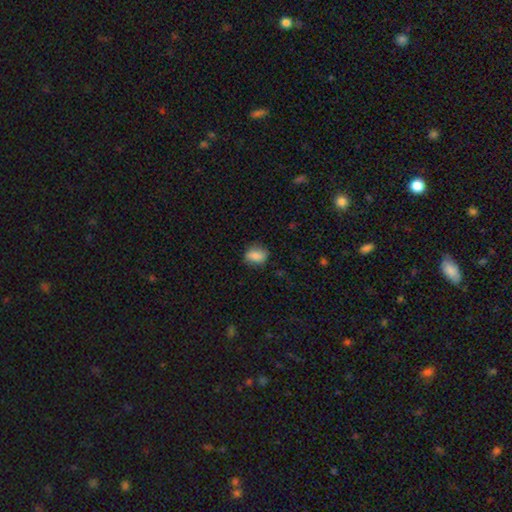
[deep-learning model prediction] Smooth or featured?
  - smooth: 85% *
  - star or artifact: 8%
  - featured or disk: 7%
How rounded?
  - in between: 73% *
  - round: 26%
  - cigar-shaped: 2%
Merging?
  - none: 78% *
  - minor disturbance: 17%
  - major disturbance: 4%
  - merger: 1%